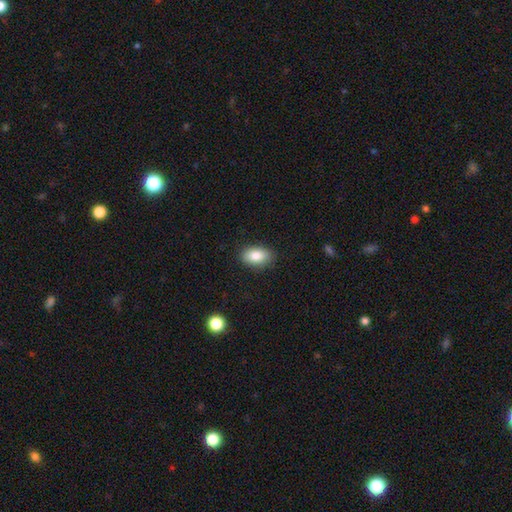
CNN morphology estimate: smooth_or_featured: smooth (p=0.85) [alt: featured or disk p=0.08]
how_rounded: in between (p=0.90) [alt: round p=0.08]
merging: none (p=0.87) [alt: minor disturbance p=0.10]